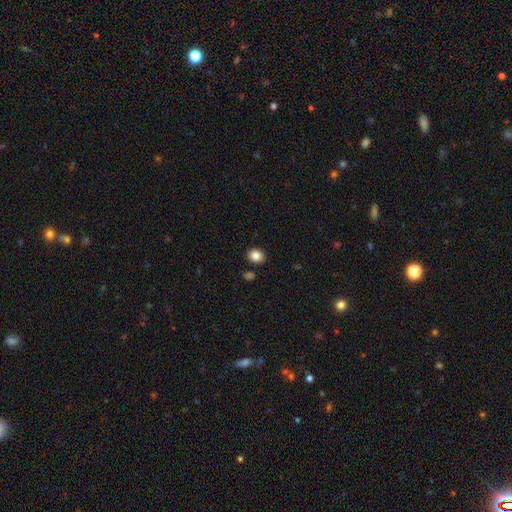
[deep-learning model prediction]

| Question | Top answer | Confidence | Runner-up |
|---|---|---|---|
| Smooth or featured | smooth | 85% | star or artifact (10%) |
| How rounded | round | 62% | in between (37%) |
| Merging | none | 87% | minor disturbance (8%) |